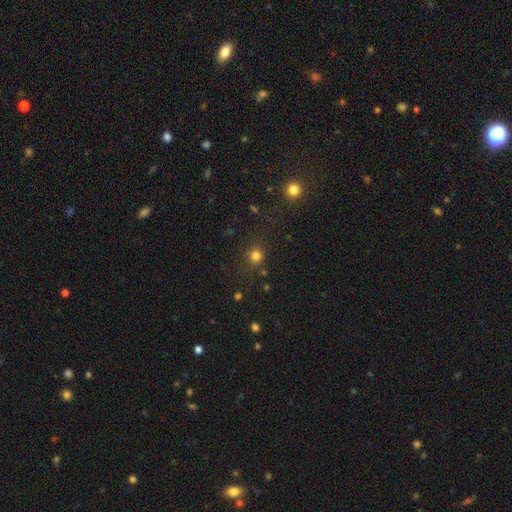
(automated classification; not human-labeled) This is likely a smooth galaxy (79%). How rounded: clearly round (86%). Merging: clearly none (81%).